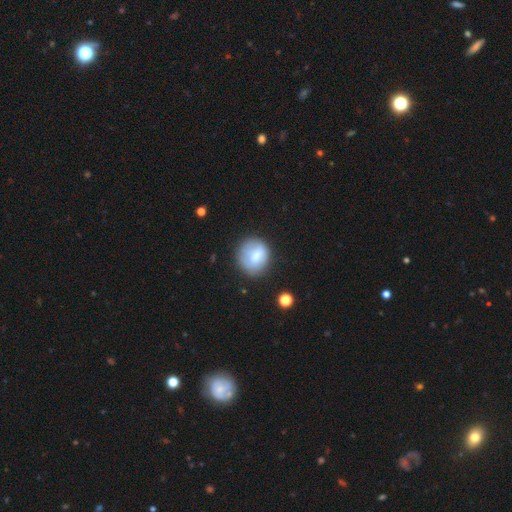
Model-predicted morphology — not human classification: This appears to be a smooth galaxy with no disk features (69%) that is round (77%). Merging: none (69%).